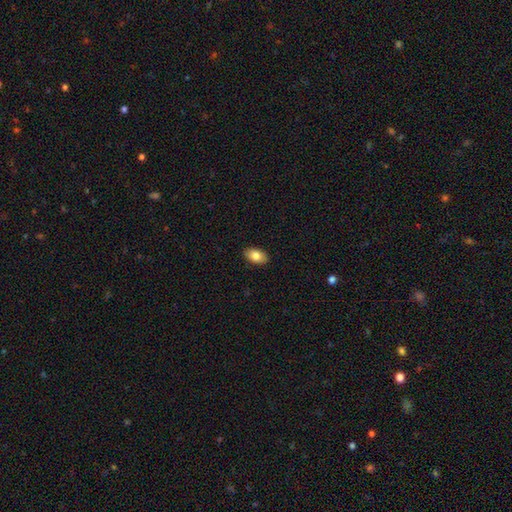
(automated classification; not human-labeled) Smooth or featured: smooth — 82% (featured or disk — 11%)
How rounded: in between — 93% (round — 6%)
Merging: none — 90% (minor disturbance — 8%)